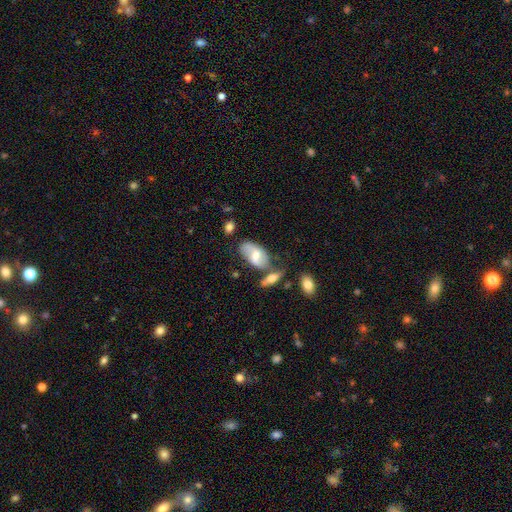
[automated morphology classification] This appears to be a smooth galaxy with no disk features (50%). Merging: none (52%).